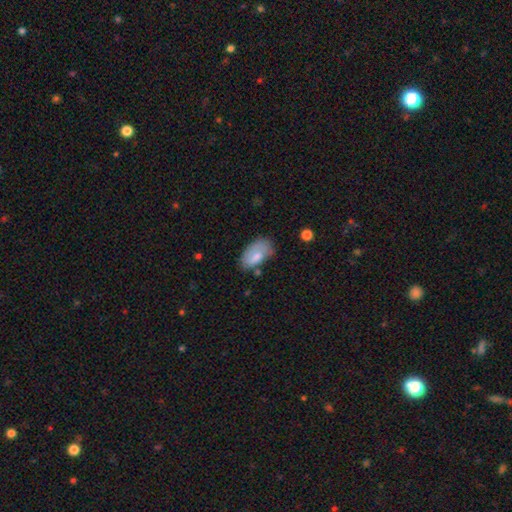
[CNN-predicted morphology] A smooth galaxy with no disk features (74%) that is in between round and cigar-shaped (93%). Merging: none (55%).